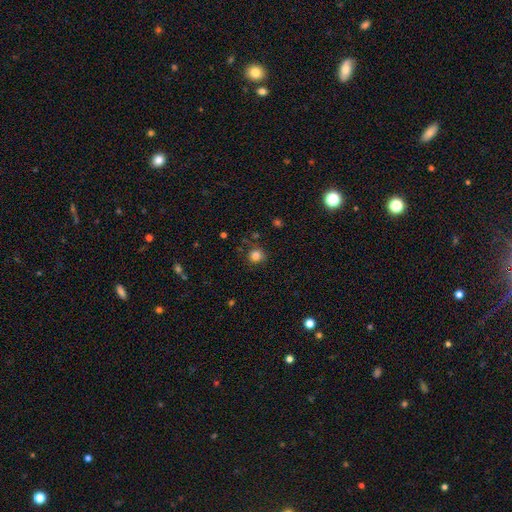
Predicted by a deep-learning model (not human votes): Smooth or featured? Predicted: smooth (p=0.83). How rounded? Predicted: round (p=0.86). Merging? Predicted: none (p=0.81).